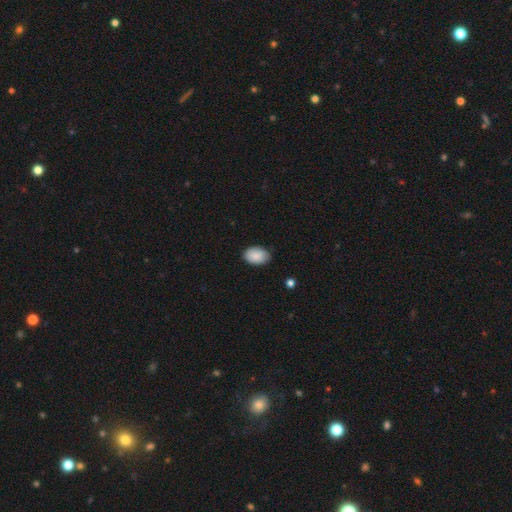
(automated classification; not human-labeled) This is clearly a smooth galaxy (88%). How rounded: clearly in between (86%). Merging: clearly none (83%).